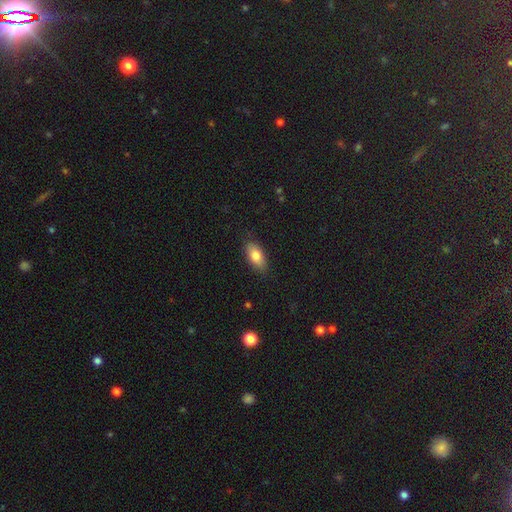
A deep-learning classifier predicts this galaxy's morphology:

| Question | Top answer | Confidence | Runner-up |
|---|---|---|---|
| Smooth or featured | smooth | 80% | featured or disk (13%) |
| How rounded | in between | 88% | cigar-shaped (8%) |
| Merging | none | 85% | minor disturbance (11%) |